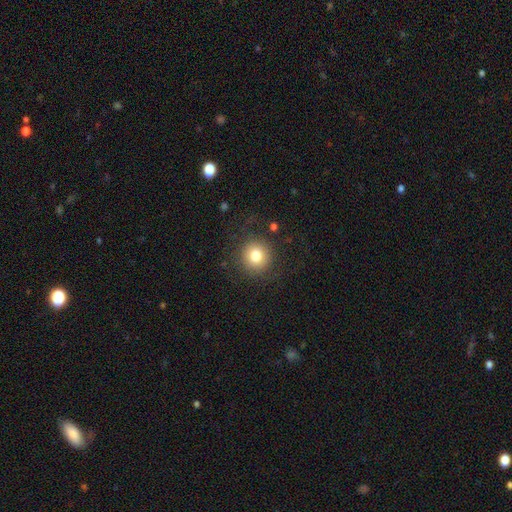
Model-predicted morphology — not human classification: A smooth galaxy with no disk features (79%) that is round (93%).

Vote fractions:
- Smooth or featured? smooth: 79% / star or artifact: 11% / featured or disk: 10%
- How rounded? round: 93% / in between: 6% / cigar-shaped: 1%
- Merging? none: 86% / minor disturbance: 8% / major disturbance: 5% / merger: 1%